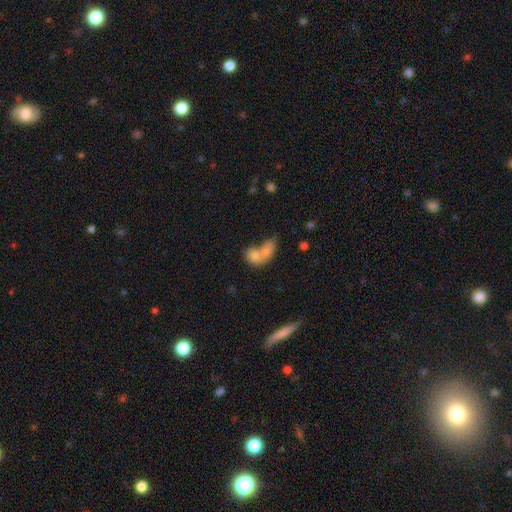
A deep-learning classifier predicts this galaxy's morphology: smooth-or-featured: smooth: 74% | featured or disk: 17% | star or artifact: 9%
  how-rounded: in between: 64% | round: 32% | cigar-shaped: 4%
  merging: merger: 67% | none: 21% | minor disturbance: 7% | major disturbance: 5%